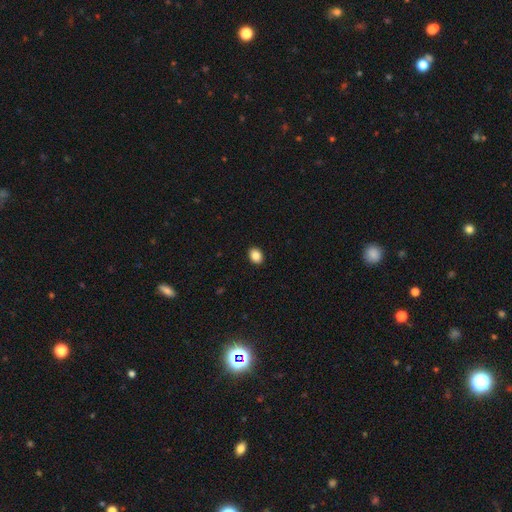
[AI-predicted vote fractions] Smooth or featured? smooth (87%)
How rounded? in between (61%)
Merging? none (92%)